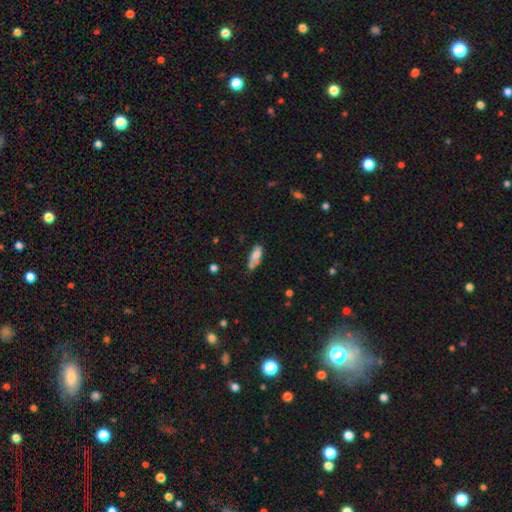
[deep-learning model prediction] Smooth or featured? Predicted: smooth (p=0.64). How rounded? Predicted: in between (p=0.72). Merging? Predicted: none (p=0.38).